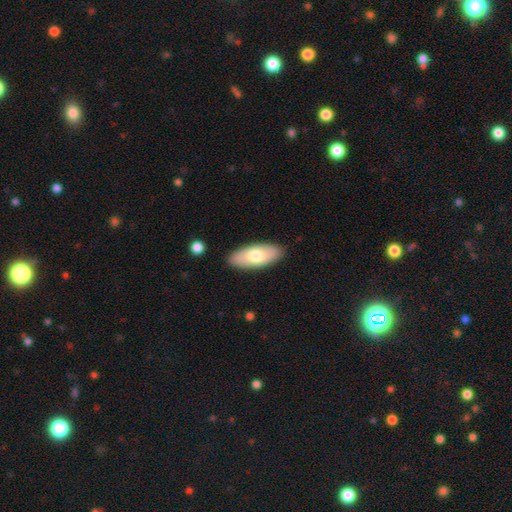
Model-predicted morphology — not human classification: Smooth or featured? Predicted: smooth (p=0.73). How rounded? Predicted: in between (p=0.83). Merging? Predicted: none (p=0.88).